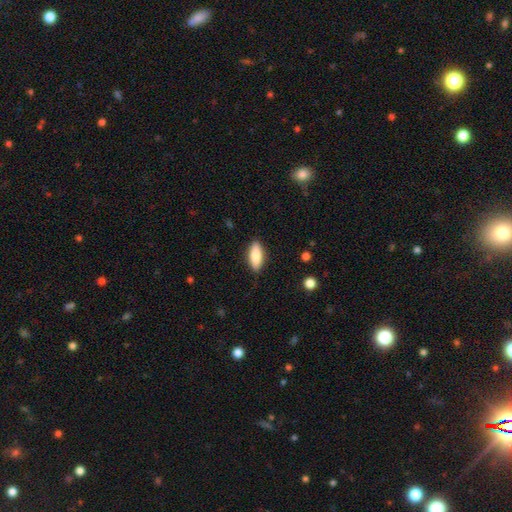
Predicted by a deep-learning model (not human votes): smooth_or_featured: smooth (p=0.82) [alt: featured or disk p=0.12]
how_rounded: in between (p=0.74) [alt: cigar-shaped p=0.24]
merging: none (p=0.88) [alt: minor disturbance p=0.09]